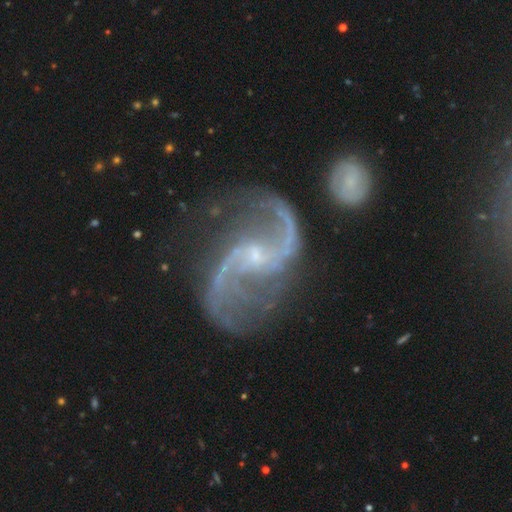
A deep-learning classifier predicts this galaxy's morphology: Smooth or featured: featured or disk — 93% (star or artifact — 5%)
Edge-on disk: no — 98% (yes — 2%)
Bar: no — 45% (weak — 39%)
Spiral arms: yes — 98% (no — 2%)
Spiral winding: loose — 67% (medium — 27%)
Spiral arm count: 2 — 93% (can't tell — 2%)
Bulge size: small — 82% (moderate — 13%)
Merging: none — 63% (minor disturbance — 17%)